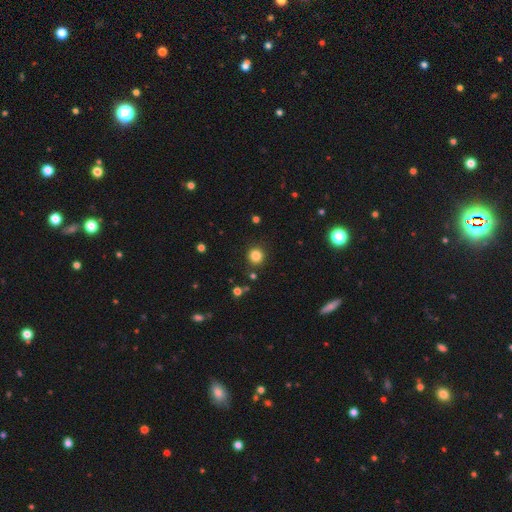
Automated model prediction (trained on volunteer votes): Smooth or featured? smooth (83%)
How rounded? round (91%)
Merging? none (89%)